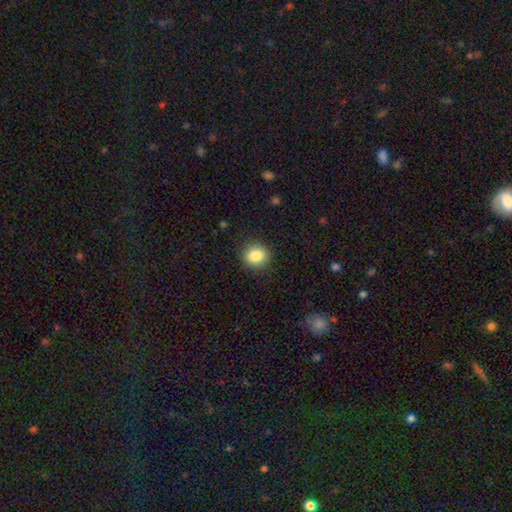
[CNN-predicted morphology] Smooth or featured?
  - smooth: 86% *
  - star or artifact: 9%
  - featured or disk: 5%
How rounded?
  - round: 84% *
  - in between: 15%
  - cigar-shaped: 1%
Merging?
  - none: 90% *
  - minor disturbance: 7%
  - major disturbance: 2%
  - merger: 1%